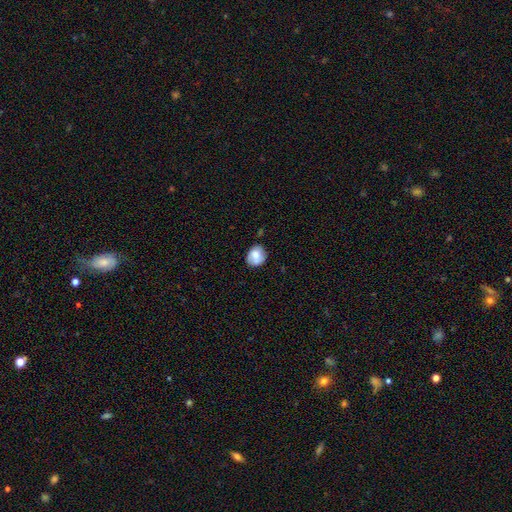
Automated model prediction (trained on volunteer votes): Morphology: type=smooth (70%); roundness=round (63%); merging=none (72%).